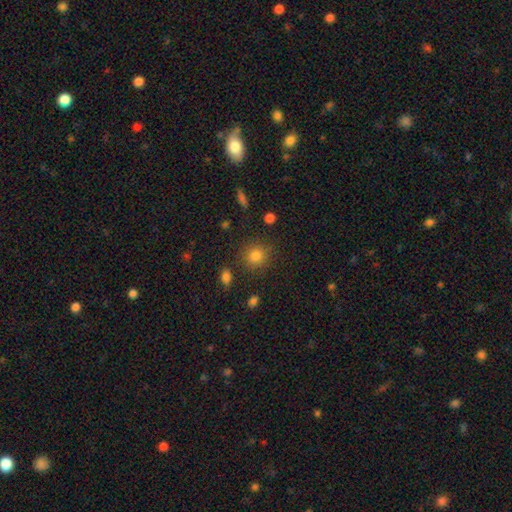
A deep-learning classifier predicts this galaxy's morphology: This is clearly a smooth galaxy (81%). How rounded: clearly round (89%). Merging: clearly none (86%).